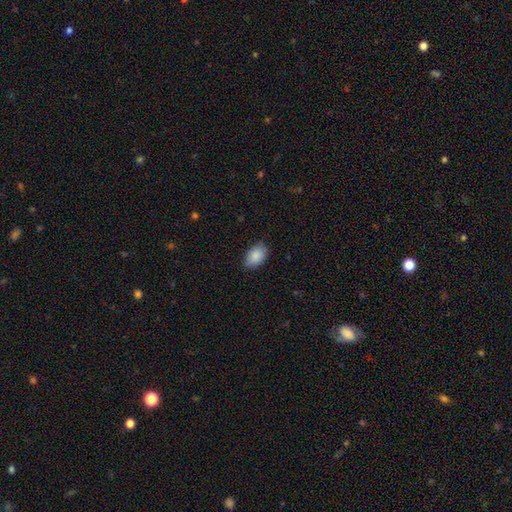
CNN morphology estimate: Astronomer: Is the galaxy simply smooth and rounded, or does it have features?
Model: smooth — 88%.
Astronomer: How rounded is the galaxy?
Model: in between — 90%.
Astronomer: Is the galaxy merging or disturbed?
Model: none — 82%.